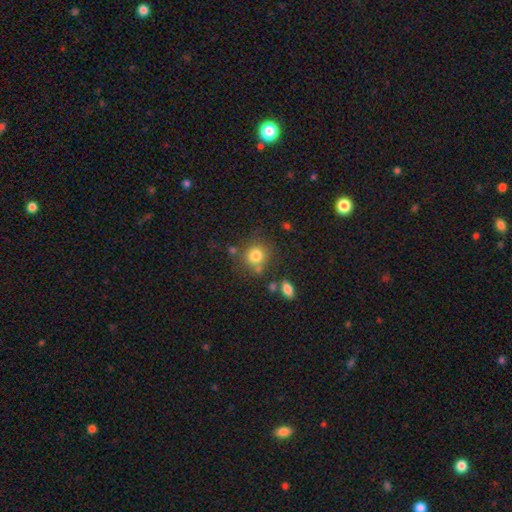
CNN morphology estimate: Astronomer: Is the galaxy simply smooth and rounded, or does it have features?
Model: smooth — 80%.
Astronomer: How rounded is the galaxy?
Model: round — 85%.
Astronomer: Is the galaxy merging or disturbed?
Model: none — 71%.